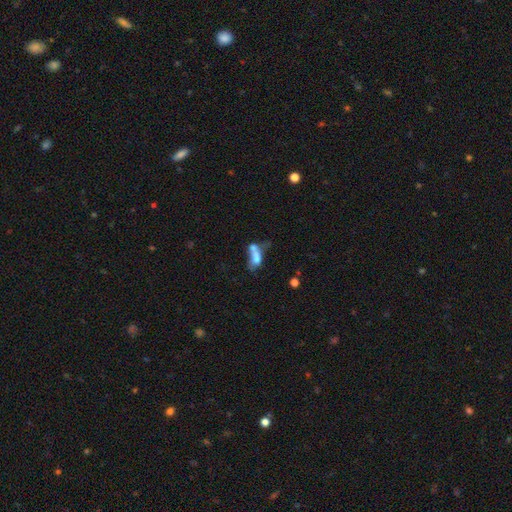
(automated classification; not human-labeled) A smooth galaxy with no disk features (56%) that is in between round and cigar-shaped (76%). Merging: merger (57%).